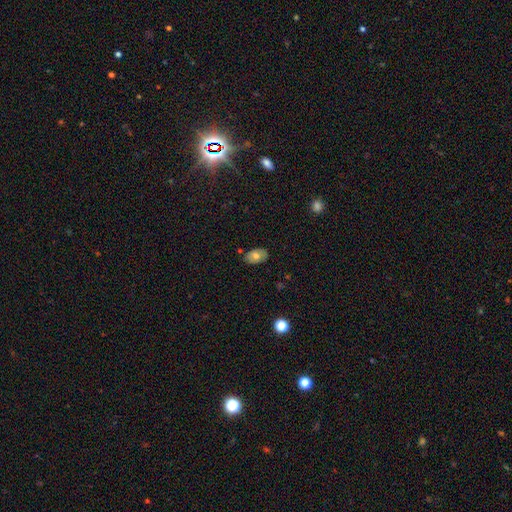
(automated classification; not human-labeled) Overall: smooth (66%; featured or disk 26%). How rounded: in between (87%). Merging: none (82%).